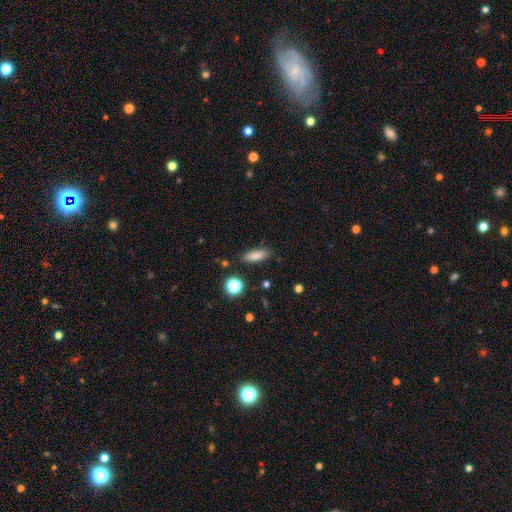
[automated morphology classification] Q: Smooth or featured?
A: smooth (82%); runner-up: star or artifact (10%)
Q: How rounded?
A: in between (57%); runner-up: cigar-shaped (39%)
Q: Merging?
A: none (86%); runner-up: minor disturbance (9%)